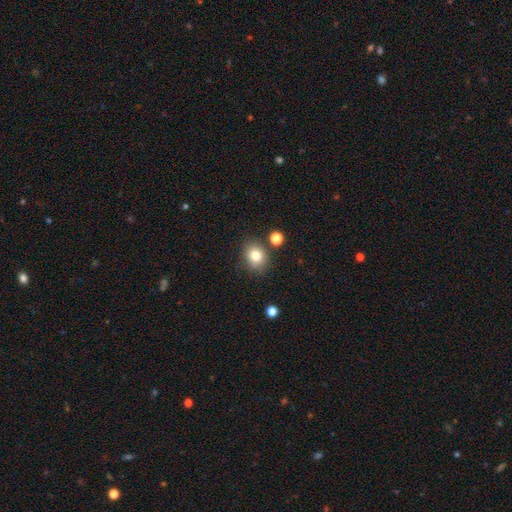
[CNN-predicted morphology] A smooth galaxy with no disk features (80%) that is round (63%).

Vote fractions:
- Smooth or featured? smooth: 80% / star or artifact: 11% / featured or disk: 9%
- How rounded? round: 63% / in between: 36% / cigar-shaped: 1%
- Merging? none: 78% / minor disturbance: 12% / merger: 6% / major disturbance: 3%